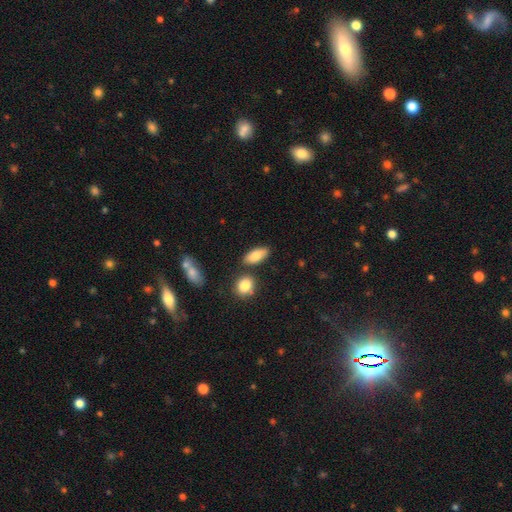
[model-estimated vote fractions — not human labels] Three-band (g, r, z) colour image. It shows a smooth galaxy with no disk features (81%) that is in between round and cigar-shaped (84%). Merging: none (79%).